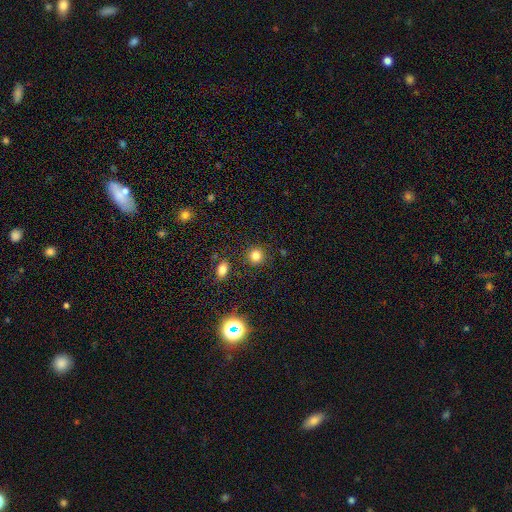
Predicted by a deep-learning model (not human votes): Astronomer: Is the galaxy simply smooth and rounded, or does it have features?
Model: smooth — 80%.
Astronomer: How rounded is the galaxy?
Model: round — 90%.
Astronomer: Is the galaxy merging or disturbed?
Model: none — 87%.